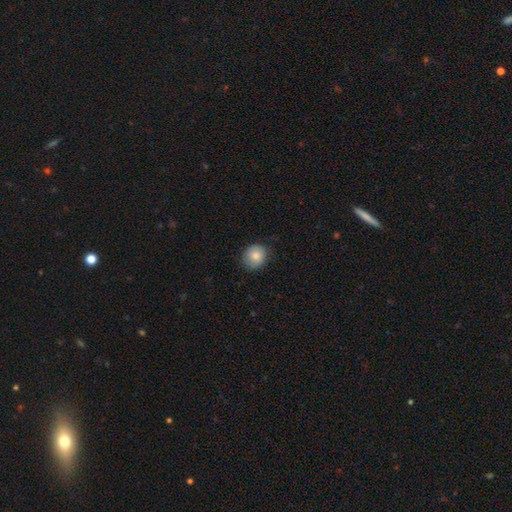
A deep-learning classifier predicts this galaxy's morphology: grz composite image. It shows a smooth galaxy with no disk features (81%) that is round (79%). Merging: none (78%).